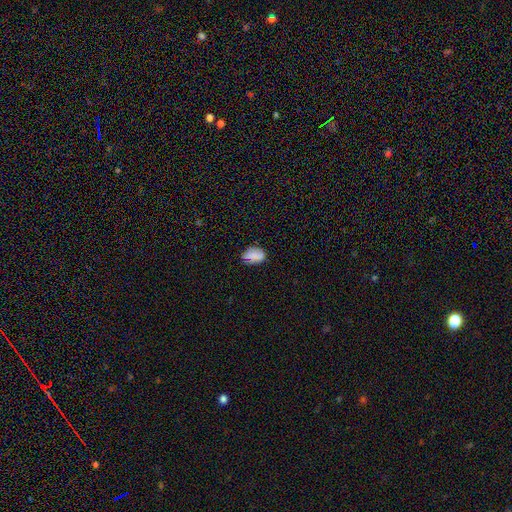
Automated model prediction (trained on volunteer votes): Overall: smooth (76%). How rounded: in between (82%). Merging: none (64%; minor disturbance 28%).